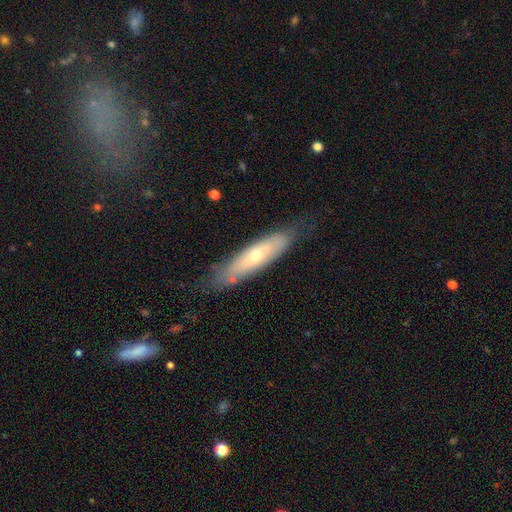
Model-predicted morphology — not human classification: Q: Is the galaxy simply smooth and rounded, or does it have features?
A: smooth — 48%.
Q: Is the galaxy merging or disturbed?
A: none — 72%.